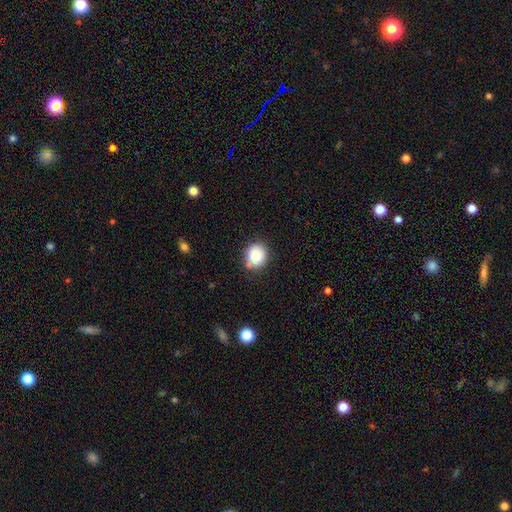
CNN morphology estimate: Smooth or featured: smooth — 85% (star or artifact — 9%)
How rounded: round — 76% (in between — 23%)
Merging: none — 78% (minor disturbance — 14%)